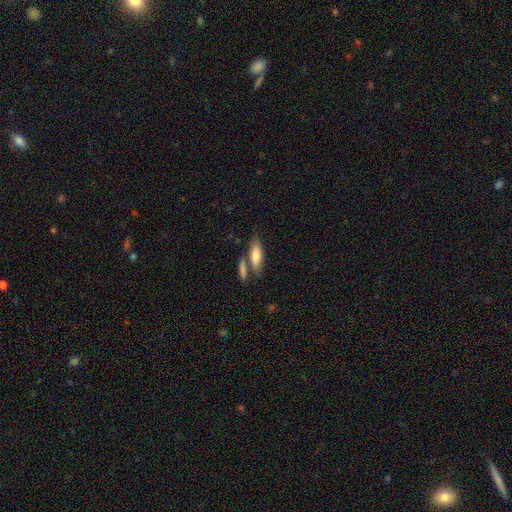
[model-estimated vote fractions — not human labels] A smooth galaxy with no disk features (72%) that is in between round and cigar-shaped (55%).

Vote fractions:
- Smooth or featured? smooth: 72% / featured or disk: 22% / star or artifact: 6%
- How rounded? in between: 55% / cigar-shaped: 42% / round: 3%
- Merging? none: 60% / merger: 23% / minor disturbance: 13% / major disturbance: 4%